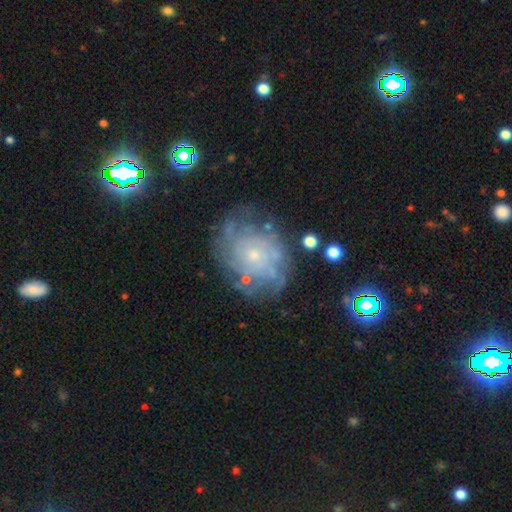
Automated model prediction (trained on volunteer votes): This is likely a featured or disk galaxy (76%). It is clearly not viewed edge-on (97%). Bar: clearly no (84%). Spiral arm pattern: clearly yes (85%). Spiral arm count: possibly can't tell (53%). Spiral winding: likely tight (64%). Central bulge: likely small (77%). Merging: likely none (67%).